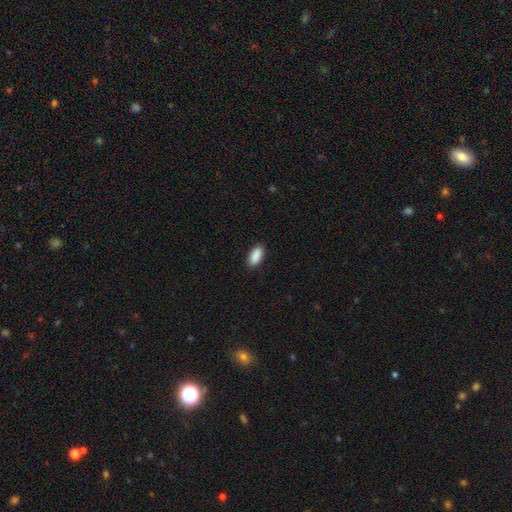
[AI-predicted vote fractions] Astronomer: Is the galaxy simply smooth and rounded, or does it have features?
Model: smooth — 91%.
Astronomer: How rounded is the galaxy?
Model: in between — 92%.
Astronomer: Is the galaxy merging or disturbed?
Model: none — 89%.